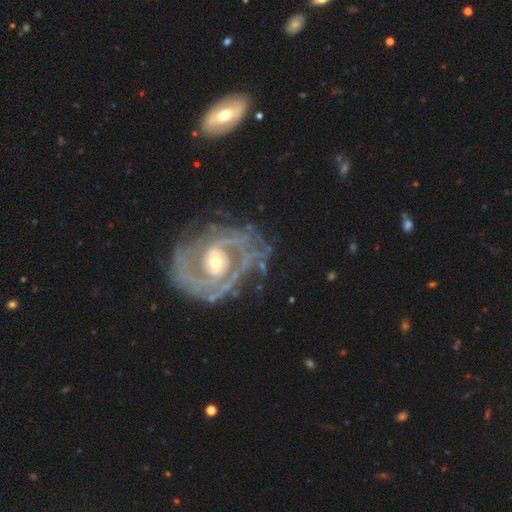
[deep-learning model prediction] smooth-or-featured: featured or disk: 90% | star or artifact: 5% | smooth: 4%
  disk-edge-on: no: 97% | yes: 3%
    bar: no: 60% | weak: 28% | strong: 13%
    has-spiral-arms: yes: 96% | no: 4%
      spiral-winding: tight: 60% | medium: 32% | loose: 8%
      spiral-arm-count: 2: 46% | can't tell: 18% | 3: 17% | 4: 7% | more than 4: 6% | 1: 6%
    bulge-size: moderate: 52% | small: 43% | large: 4% | none: 1% | dominant: 1%
  merging: none: 66% | minor disturbance: 19% | major disturbance: 12% | merger: 2%